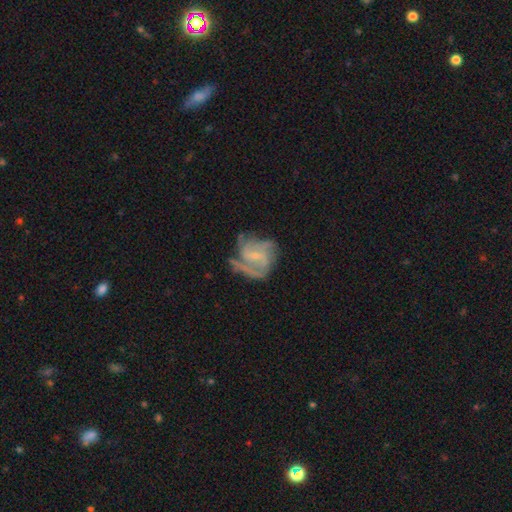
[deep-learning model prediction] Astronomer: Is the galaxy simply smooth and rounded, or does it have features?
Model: featured or disk — 80%.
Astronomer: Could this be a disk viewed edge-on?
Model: no — 98%.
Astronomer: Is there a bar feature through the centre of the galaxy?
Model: weak — 47% (runner-up: no, 41%).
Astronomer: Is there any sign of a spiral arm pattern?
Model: yes — 90%.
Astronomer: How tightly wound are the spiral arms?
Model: medium — 47% (runner-up: tight, 33%).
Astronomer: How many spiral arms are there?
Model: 3 — 30% (runner-up: 2, 27%).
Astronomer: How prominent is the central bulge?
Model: small — 71%.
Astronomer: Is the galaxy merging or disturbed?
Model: none — 45% (runner-up: major disturbance, 26%).